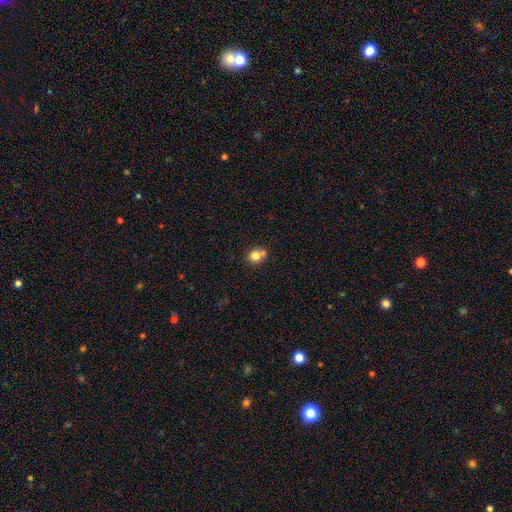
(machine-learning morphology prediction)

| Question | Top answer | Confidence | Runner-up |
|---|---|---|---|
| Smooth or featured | smooth | 79% | star or artifact (11%) |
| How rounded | round | 77% | in between (22%) |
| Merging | none | 54% | merger (32%) |